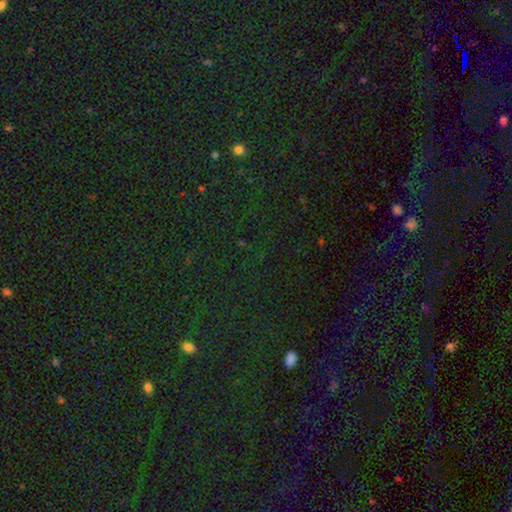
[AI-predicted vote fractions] This appears to be a star or artifact, not a galaxy (80%).